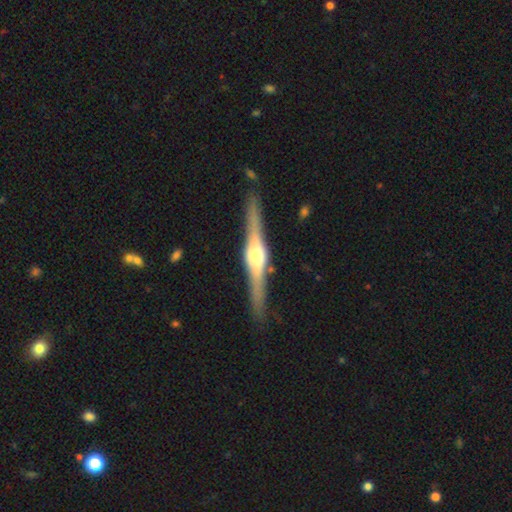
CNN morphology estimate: Smooth or featured?
  - featured or disk: 83% *
  - smooth: 12%
  - star or artifact: 5%
Edge-on disk?
  - yes: 98% *
  - no: 2%
Edge-on bulge?
  - rounded: 88% *
  - boxy: 10%
  - none: 2%
Merging?
  - none: 89% *
  - minor disturbance: 8%
  - major disturbance: 2%
  - merger: 1%